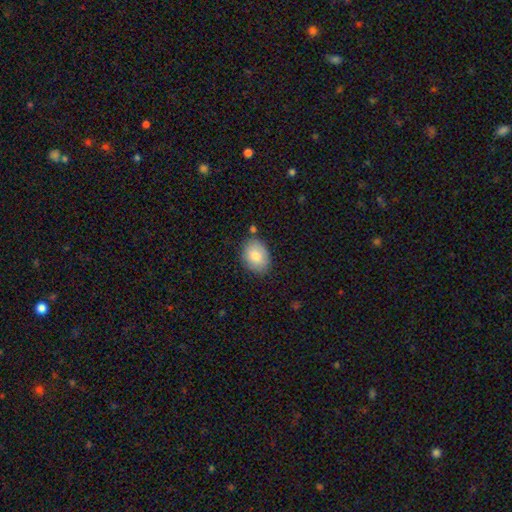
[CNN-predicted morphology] Smooth or featured? Predicted: smooth (p=0.82). How rounded? Predicted: in between (p=0.75). Merging? Predicted: none (p=0.77).